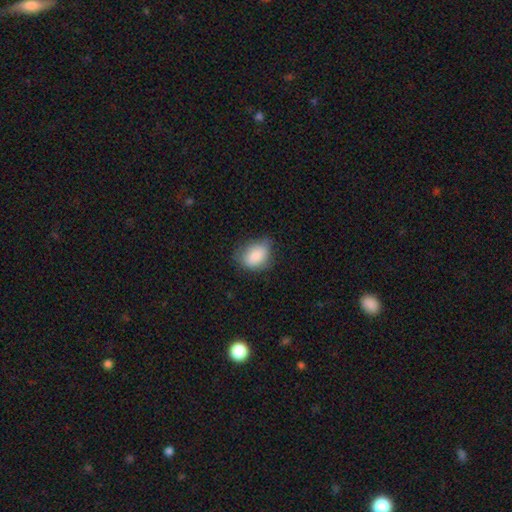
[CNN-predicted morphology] Smooth or featured? smooth (84%)
How rounded? in between (72%)
Merging? none (61%)